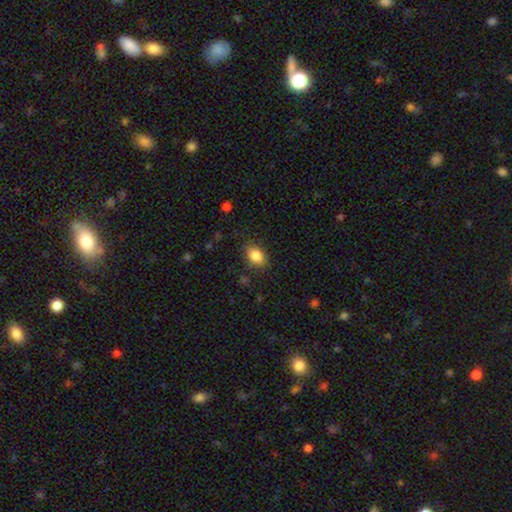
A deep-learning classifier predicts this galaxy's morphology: The model was most divided on "how rounded": in between: 83%, round: 16%, cigar-shaped: 1%. More confident: smooth or featured — smooth (86%); merging — none (83%).